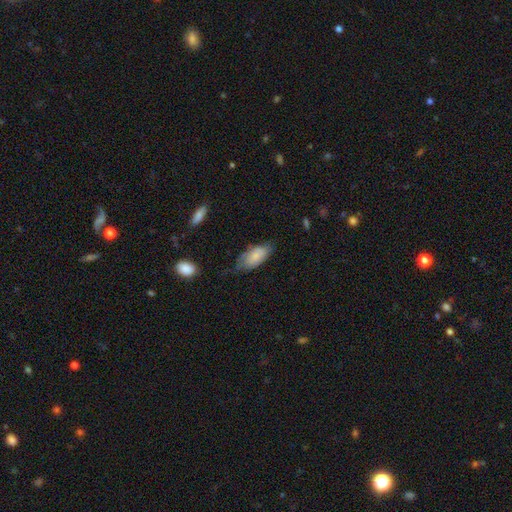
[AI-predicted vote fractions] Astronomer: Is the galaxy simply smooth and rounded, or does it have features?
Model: smooth — 76%.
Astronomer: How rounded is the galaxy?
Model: in between — 90%.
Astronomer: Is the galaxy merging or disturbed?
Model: none — 52% (runner-up: minor disturbance, 35%).